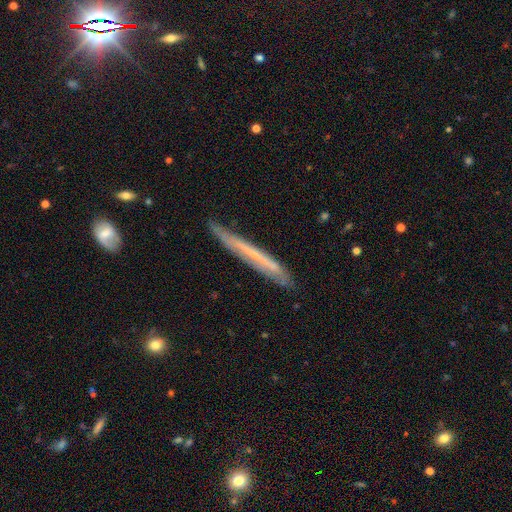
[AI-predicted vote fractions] The model was most divided on "smooth or featured": featured or disk: 57%, smooth: 35%, star or artifact: 8%. More confident: edge-on disk — yes (88%); edge-on bulge — none (87%); merging — none (79%).